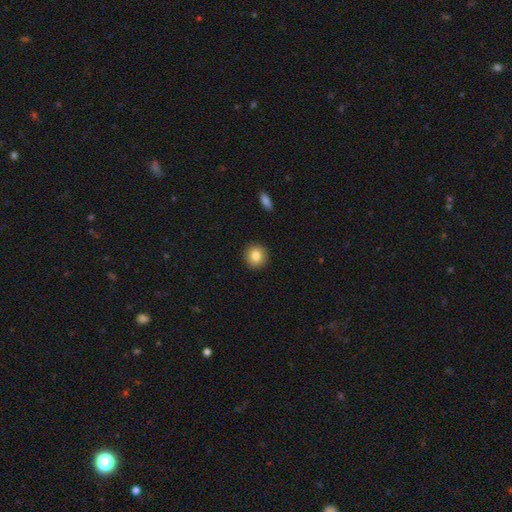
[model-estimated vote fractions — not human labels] smooth 84%, star or artifact 9%, featured or disk 8%. Down the decision tree: how rounded — round (93%); merging — none (92%).